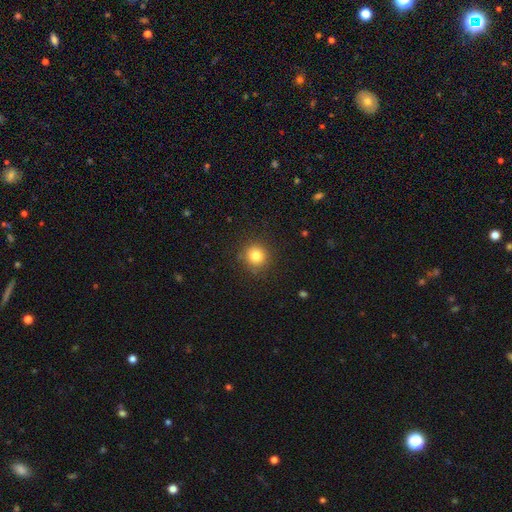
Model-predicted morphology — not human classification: Smooth or featured?
  - smooth: 81% *
  - star or artifact: 12%
  - featured or disk: 6%
How rounded?
  - round: 92% *
  - in between: 7%
  - cigar-shaped: 1%
Merging?
  - none: 88% *
  - minor disturbance: 8%
  - major disturbance: 3%
  - merger: 1%